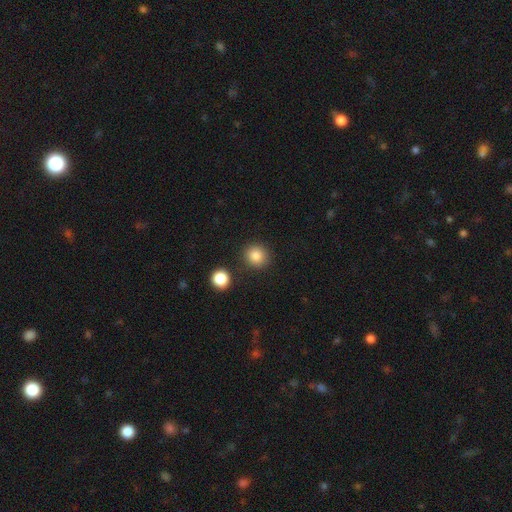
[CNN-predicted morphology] Overall: smooth (85%). How rounded: round (90%). Merging: none (86%).